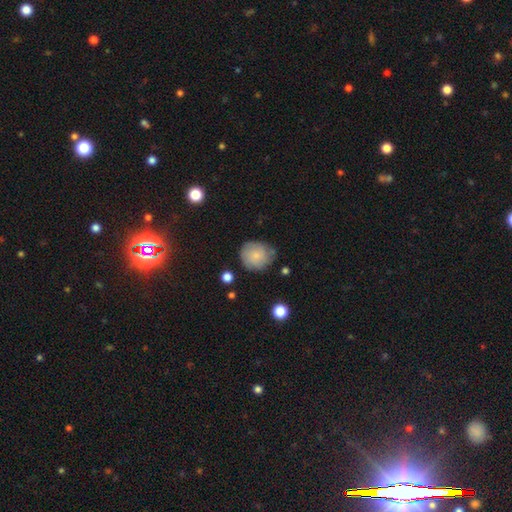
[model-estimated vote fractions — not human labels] smooth-or-featured: smooth: 76% | featured or disk: 16% | star or artifact: 8%
  how-rounded: round: 86% | in between: 13% | cigar-shaped: 1%
  merging: none: 71% | minor disturbance: 22% | major disturbance: 5% | merger: 2%